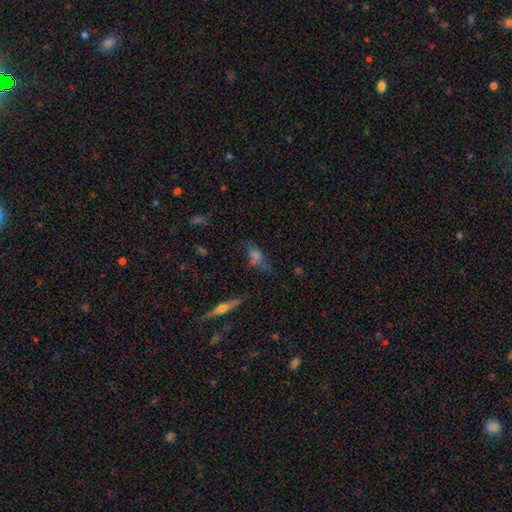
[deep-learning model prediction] Smooth or featured? Predicted: smooth (p=0.47). Merging? Predicted: none (p=0.57).